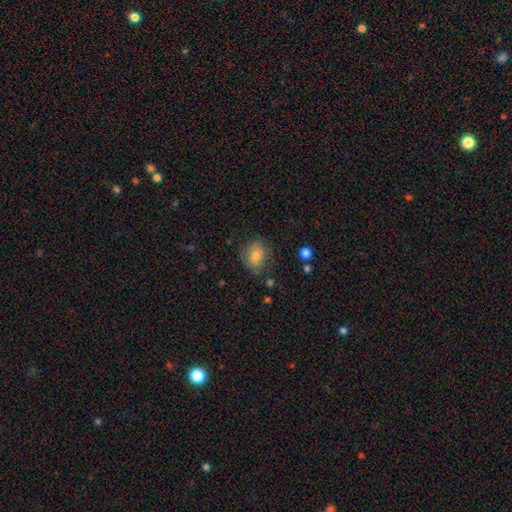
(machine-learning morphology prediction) Overall: smooth (74%). How rounded: round (52%; in between 47%). Merging: none (75%).